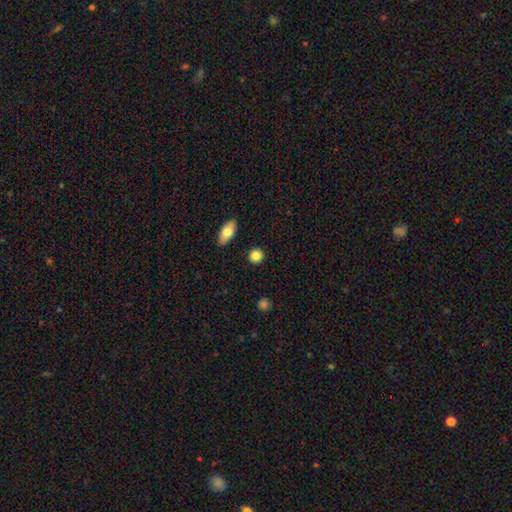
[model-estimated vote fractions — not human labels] smooth 86%, star or artifact 9%, featured or disk 6%. Down the decision tree: how rounded — round (85%); merging — none (89%).